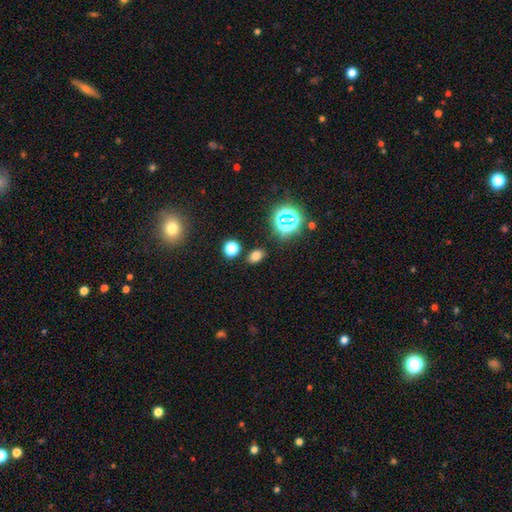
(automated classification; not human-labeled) Overall: smooth (69%). How rounded: in between (75%). Merging: none (83%).